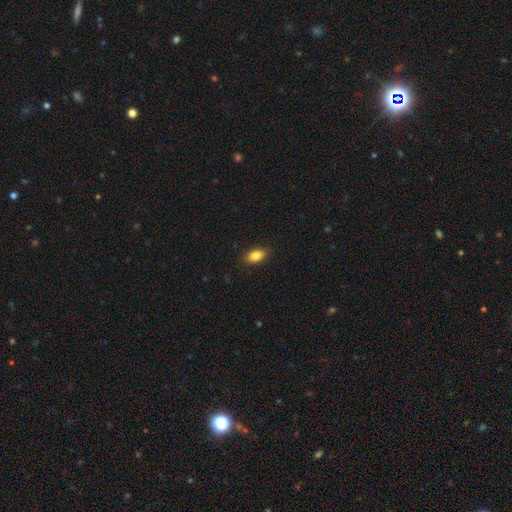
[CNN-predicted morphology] Q: Smooth or featured?
A: smooth (84%); runner-up: featured or disk (8%)
Q: How rounded?
A: in between (88%); runner-up: cigar-shaped (6%)
Q: Merging?
A: none (87%); runner-up: minor disturbance (10%)